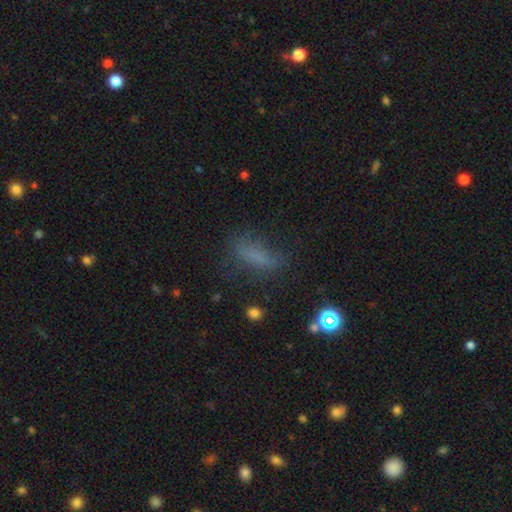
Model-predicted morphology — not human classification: Q: Smooth or featured?
A: smooth (65%); runner-up: star or artifact (18%)
Q: How rounded?
A: in between (52%); runner-up: cigar-shaped (42%)
Q: Merging?
A: none (60%); runner-up: minor disturbance (22%)